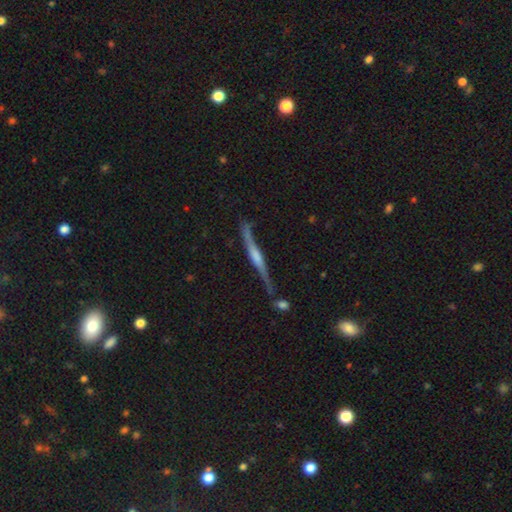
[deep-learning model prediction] Smooth or featured?
  - featured or disk: 78% *
  - smooth: 16%
  - star or artifact: 6%
Edge-on disk?
  - yes: 93% *
  - no: 7%
Edge-on bulge?
  - rounded: 57% *
  - boxy: 22%
  - none: 20%
Merging?
  - none: 63% *
  - minor disturbance: 22%
  - merger: 7%
  - major disturbance: 7%